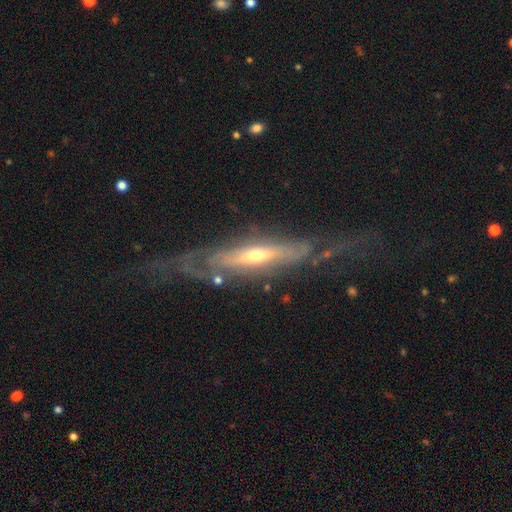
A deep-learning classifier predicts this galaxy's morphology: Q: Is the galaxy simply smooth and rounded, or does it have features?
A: featured or disk — 83%.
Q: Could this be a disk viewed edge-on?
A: no — 51%.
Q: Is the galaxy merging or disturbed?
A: none — 55%.